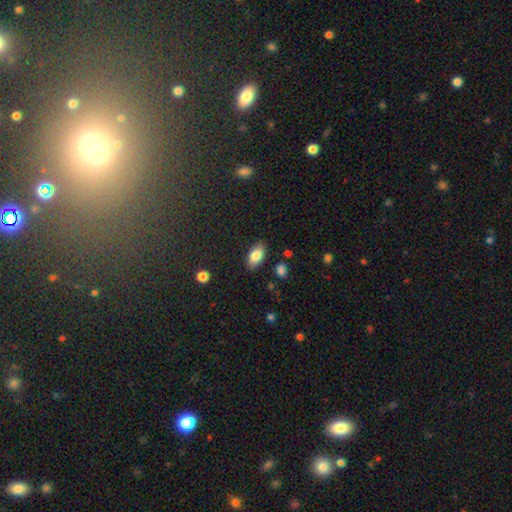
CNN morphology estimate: smooth-or-featured: smooth: 83% | featured or disk: 10% | star or artifact: 7%
  how-rounded: in between: 92% | round: 4% | cigar-shaped: 3%
  merging: none: 85% | minor disturbance: 11% | major disturbance: 3% | merger: 2%